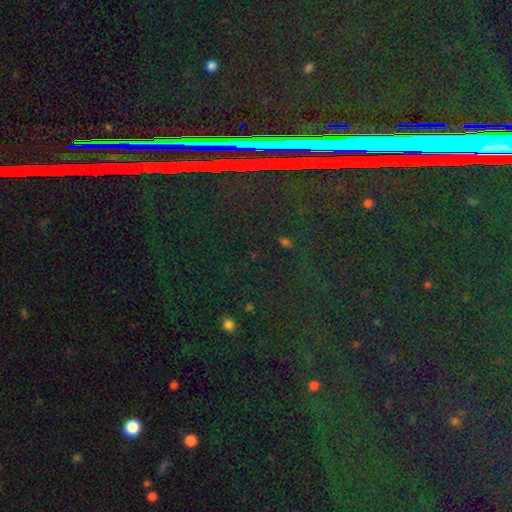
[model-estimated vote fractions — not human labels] Smooth or featured?
  - star or artifact: 86% *
  - smooth: 7%
  - featured or disk: 7%